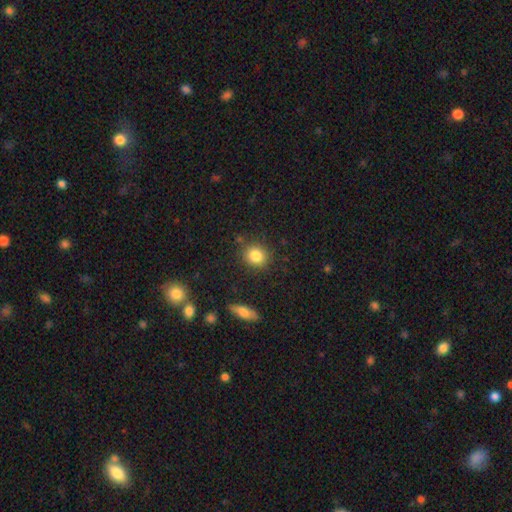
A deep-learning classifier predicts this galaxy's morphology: Smooth or featured?
  - smooth: 85% *
  - star or artifact: 10%
  - featured or disk: 6%
How rounded?
  - round: 80% *
  - in between: 18%
  - cigar-shaped: 1%
Merging?
  - none: 86% *
  - minor disturbance: 8%
  - merger: 3%
  - major disturbance: 3%